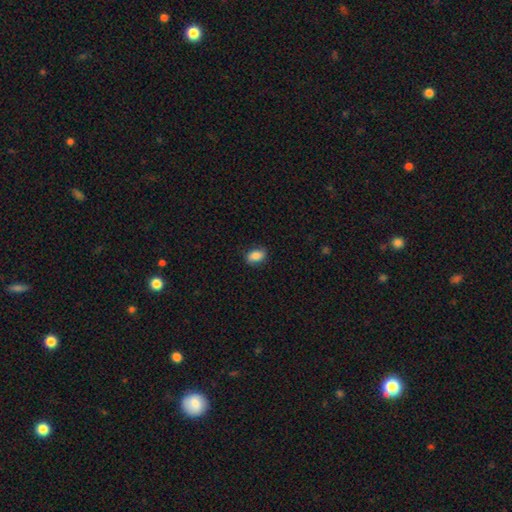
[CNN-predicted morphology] Overall: smooth (86%). How rounded: in between (87%). Merging: none (86%).